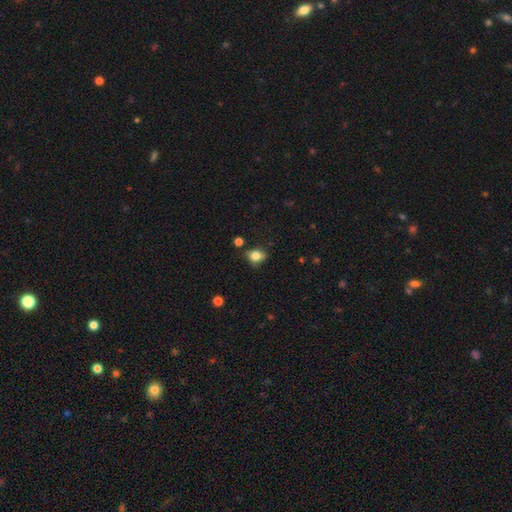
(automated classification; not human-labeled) A smooth galaxy with no disk features (80%) that is round (51%).

Vote fractions:
- Smooth or featured? smooth: 80% / star or artifact: 11% / featured or disk: 9%
- How rounded? round: 51% / in between: 47% / cigar-shaped: 1%
- Merging? none: 70% / minor disturbance: 22% / major disturbance: 5% / merger: 3%